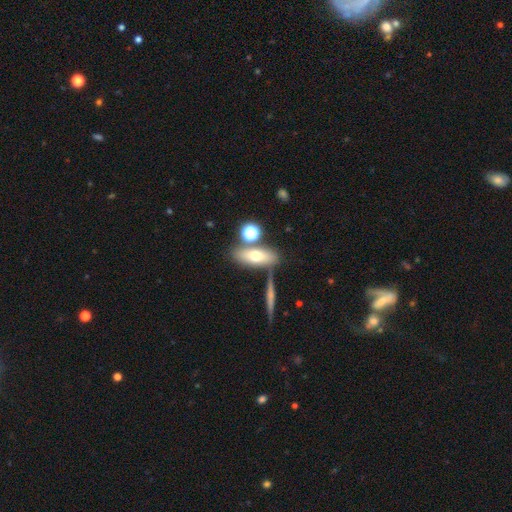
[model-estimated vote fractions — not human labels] smooth_or_featured: smooth (p=0.62) [alt: featured or disk p=0.28]
how_rounded: in between (p=0.71) [alt: cigar-shaped p=0.22]
merging: none (p=0.67) [alt: merger p=0.17]